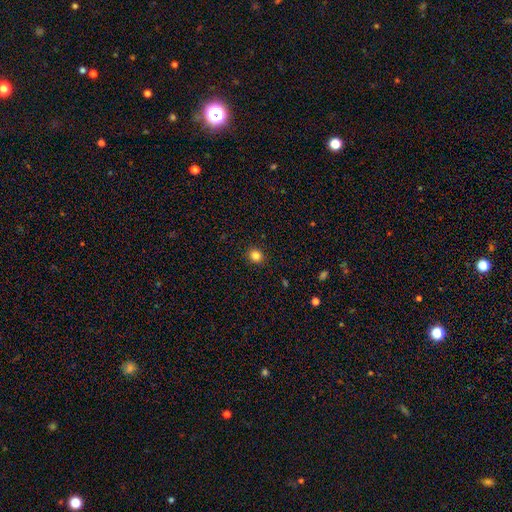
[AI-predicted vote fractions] This appears to be a smooth galaxy with no disk features (83%) that is round (83%). Merging: none (92%).